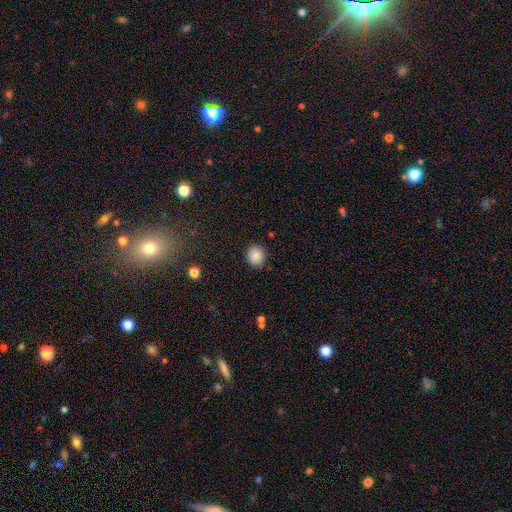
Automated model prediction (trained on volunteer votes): Smooth or featured: smooth — 87% (star or artifact — 9%)
How rounded: round — 87% (in between — 12%)
Merging: none — 89% (minor disturbance — 8%)